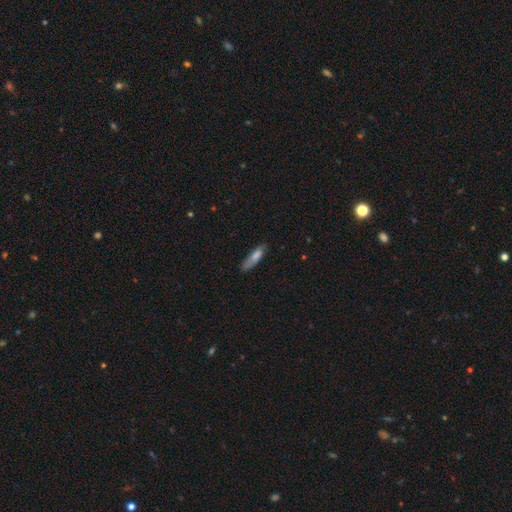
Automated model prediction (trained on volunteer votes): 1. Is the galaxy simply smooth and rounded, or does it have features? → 68% smooth, 24% featured or disk, 7% star or artifact.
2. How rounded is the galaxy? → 72% cigar-shaped, 26% in between, 2% round.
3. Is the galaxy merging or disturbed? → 72% none, 22% minor disturbance, 5% major disturbance, 2% merger.